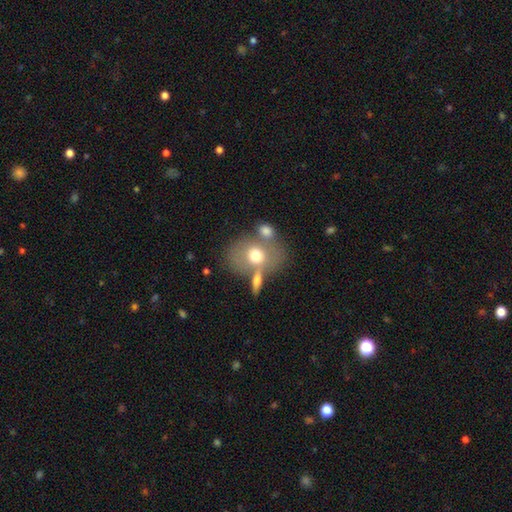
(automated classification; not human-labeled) Q: Smooth or featured?
A: smooth (62%); runner-up: featured or disk (29%)
Q: How rounded?
A: in between (56%); runner-up: round (42%)
Q: Merging?
A: none (47%); runner-up: merger (31%)